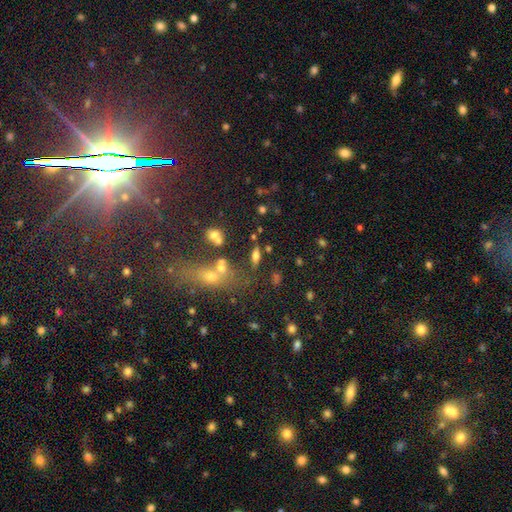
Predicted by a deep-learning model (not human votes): The model was most divided on "smooth or featured": smooth: 55%, featured or disk: 29%, star or artifact: 16%. More confident: merging — none (68%); how rounded — in between (66%).